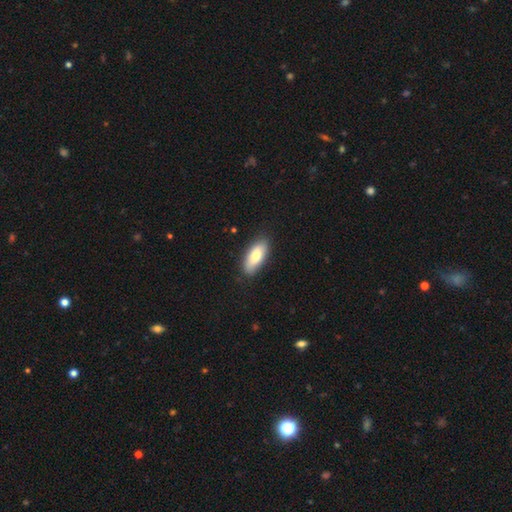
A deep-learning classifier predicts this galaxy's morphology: smooth 78%, featured or disk 16%, star or artifact 6%. Down the decision tree: how rounded — in between (82%); merging — none (85%).